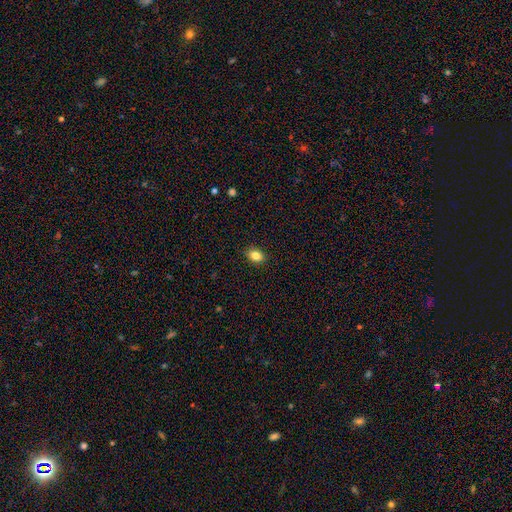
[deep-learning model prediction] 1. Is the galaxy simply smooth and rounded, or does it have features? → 84% smooth, 10% star or artifact, 6% featured or disk.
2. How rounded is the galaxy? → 67% in between, 32% round, 1% cigar-shaped.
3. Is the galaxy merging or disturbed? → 89% none, 8% minor disturbance, 2% major disturbance, 1% merger.